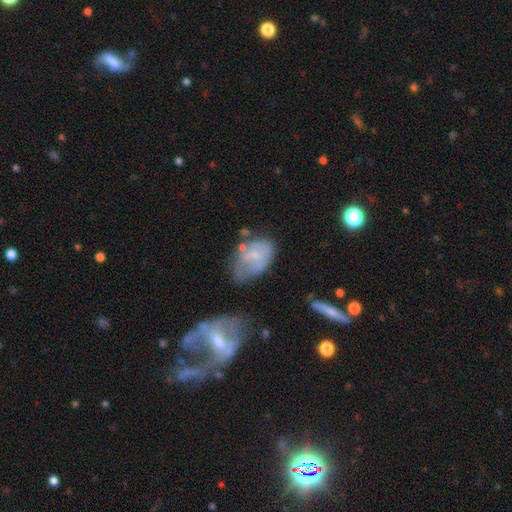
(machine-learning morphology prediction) The model was most divided on "merging": none: 36%, minor disturbance: 31%, major disturbance: 21%, merger: 12%. Remaining: smooth or featured — smooth (48%).